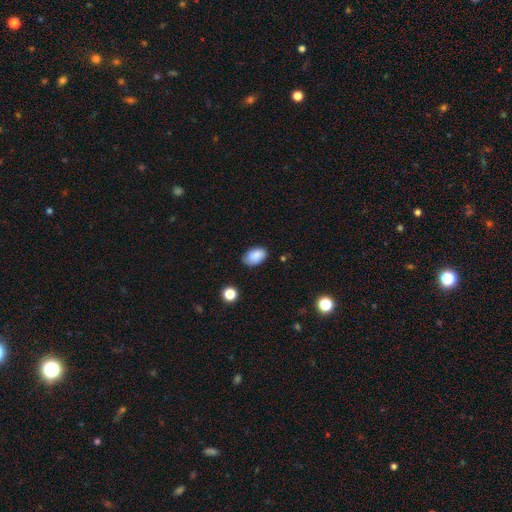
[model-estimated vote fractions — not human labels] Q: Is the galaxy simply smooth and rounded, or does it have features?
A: smooth — 86%.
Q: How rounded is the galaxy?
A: in between — 90%.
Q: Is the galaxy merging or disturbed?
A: none — 75%.